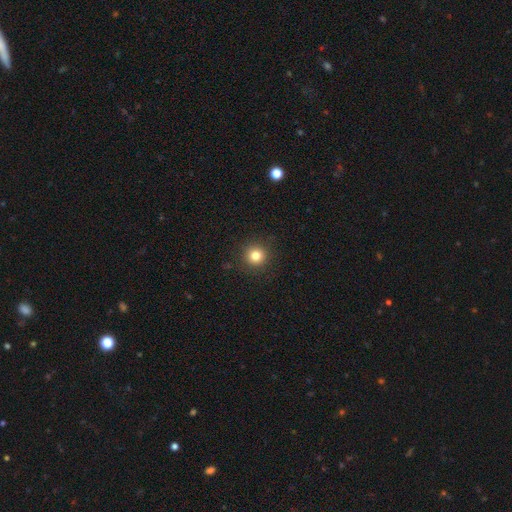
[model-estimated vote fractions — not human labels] Overall: smooth (81%). How rounded: round (95%). Merging: none (91%).